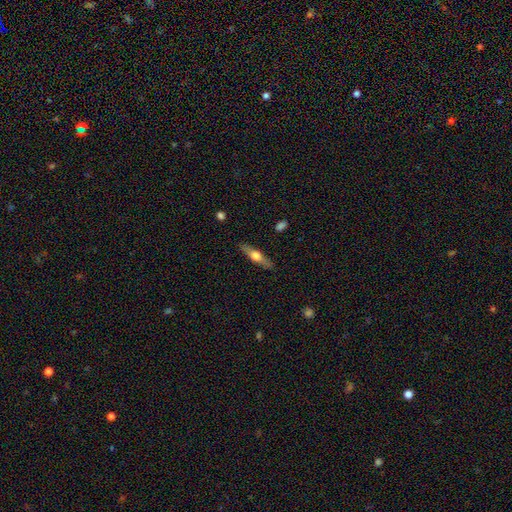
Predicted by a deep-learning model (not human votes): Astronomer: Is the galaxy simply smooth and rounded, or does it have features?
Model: featured or disk — 53% (runner-up: smooth, 41%).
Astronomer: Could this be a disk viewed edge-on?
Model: yes — 92%.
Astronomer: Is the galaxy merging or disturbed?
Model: none — 87%.